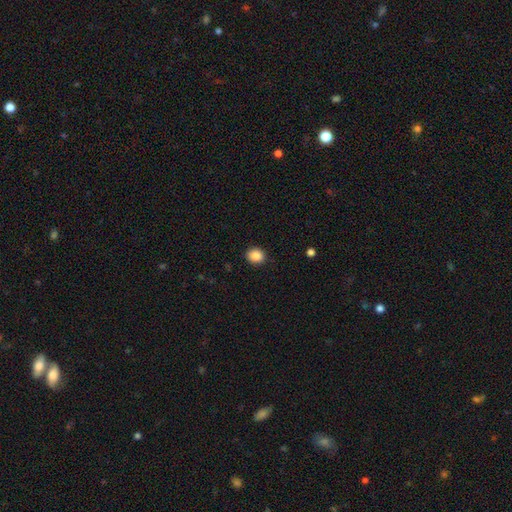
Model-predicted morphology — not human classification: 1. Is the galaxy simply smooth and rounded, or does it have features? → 88% smooth, 9% star or artifact, 3% featured or disk.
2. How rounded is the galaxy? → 65% round, 34% in between, 1% cigar-shaped.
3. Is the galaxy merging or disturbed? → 90% none, 7% minor disturbance, 2% major disturbance, 1% merger.